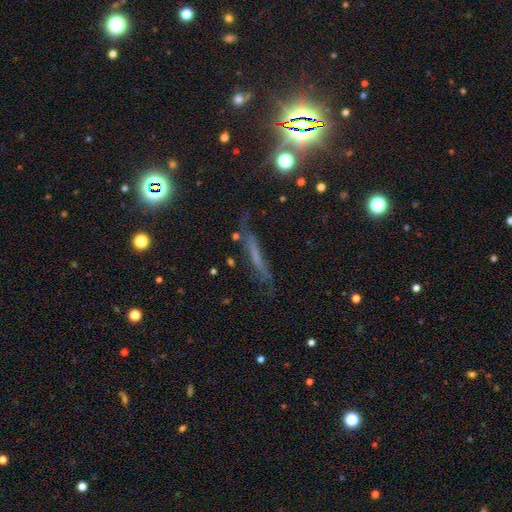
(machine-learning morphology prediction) A featured or disk galaxy (42%). Merging: none (66%).